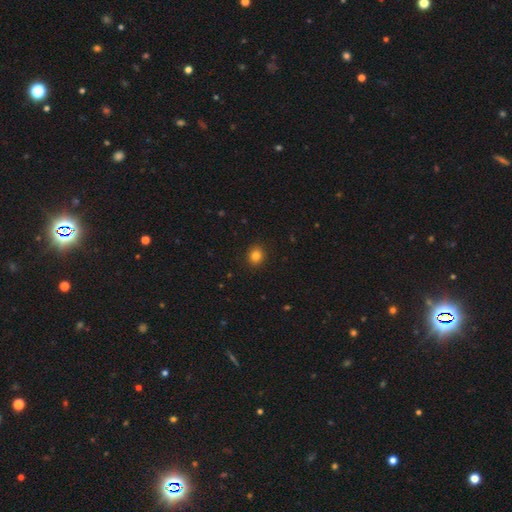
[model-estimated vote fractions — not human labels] Smooth or featured? smooth (83%)
How rounded? round (76%)
Merging? none (91%)